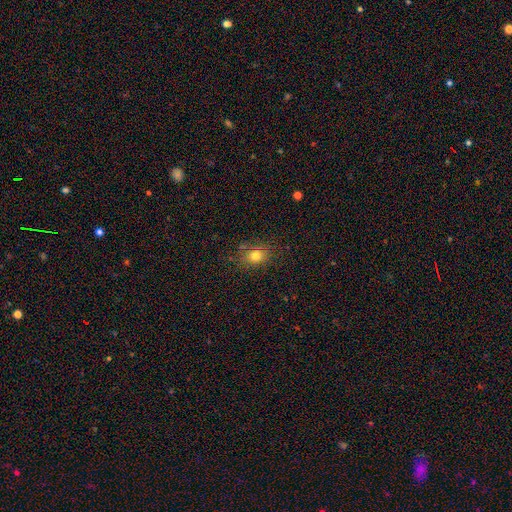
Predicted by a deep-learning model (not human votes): This appears to be a smooth galaxy with no disk features (77%) that is round (54%). Merging: none (82%).